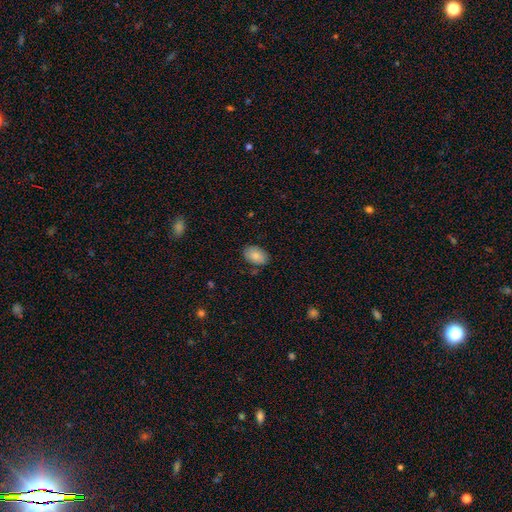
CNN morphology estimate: Smooth or featured: smooth — 86% (featured or disk — 7%)
How rounded: in between — 87% (round — 12%)
Merging: none — 81% (minor disturbance — 14%)